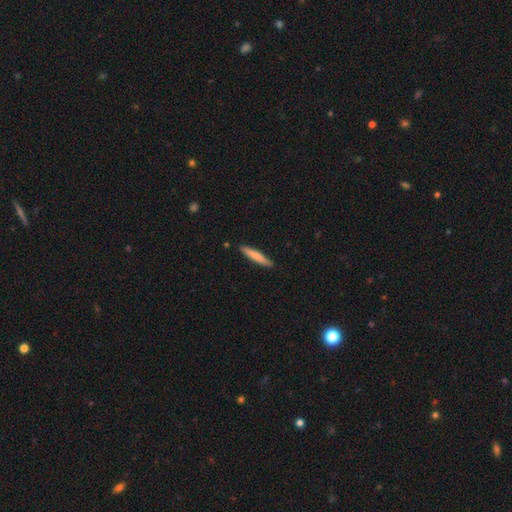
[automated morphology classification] Overall: smooth (73%). How rounded: cigar-shaped (92%). Merging: none (89%).